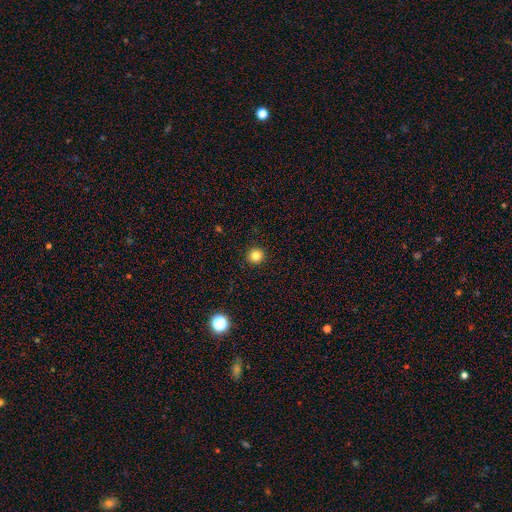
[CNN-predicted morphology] smooth_or_featured: smooth (p=0.82) [alt: star or artifact p=0.13]
how_rounded: round (p=0.94) [alt: in between p=0.05]
merging: none (p=0.93) [alt: minor disturbance p=0.05]